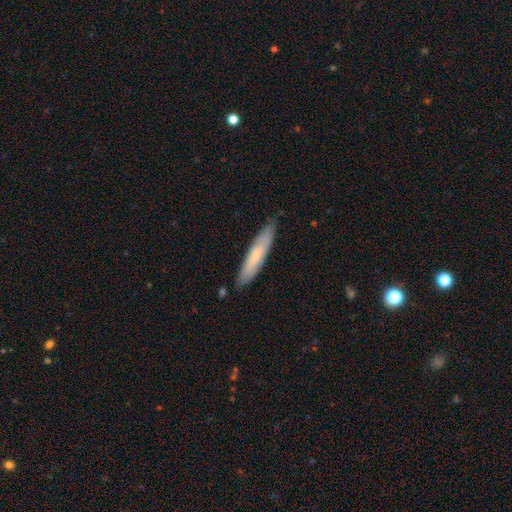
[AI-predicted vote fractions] Q: Smooth or featured?
A: smooth (68%); runner-up: featured or disk (27%)
Q: How rounded?
A: cigar-shaped (87%); runner-up: in between (12%)
Q: Merging?
A: none (83%); runner-up: minor disturbance (13%)